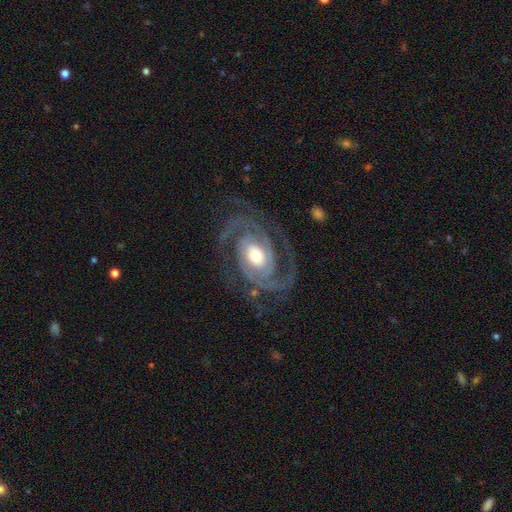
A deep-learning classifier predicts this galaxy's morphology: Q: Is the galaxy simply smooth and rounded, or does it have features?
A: featured or disk — 92%.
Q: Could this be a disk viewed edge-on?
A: no — 97%.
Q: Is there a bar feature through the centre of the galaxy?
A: no — 60%.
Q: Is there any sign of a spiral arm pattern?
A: yes — 98%.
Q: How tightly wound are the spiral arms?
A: tight — 53%.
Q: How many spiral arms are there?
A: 2 — 82%.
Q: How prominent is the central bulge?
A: moderate — 61%.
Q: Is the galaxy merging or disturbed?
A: none — 76%.